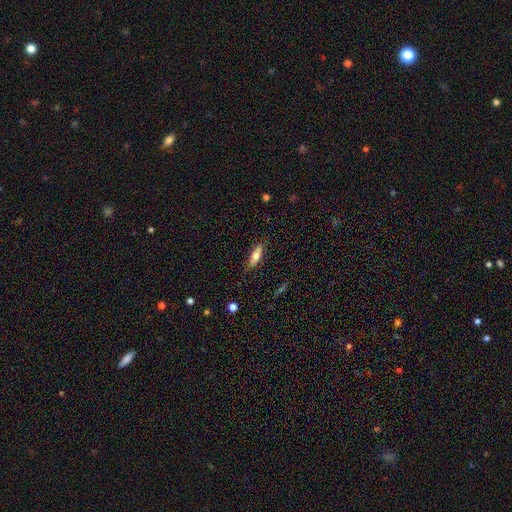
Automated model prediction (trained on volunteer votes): Smooth or featured?
  - smooth: 66% *
  - featured or disk: 27%
  - star or artifact: 7%
How rounded?
  - in between: 53% *
  - cigar-shaped: 45%
  - round: 2%
Merging?
  - none: 83% *
  - minor disturbance: 13%
  - major disturbance: 2%
  - merger: 1%